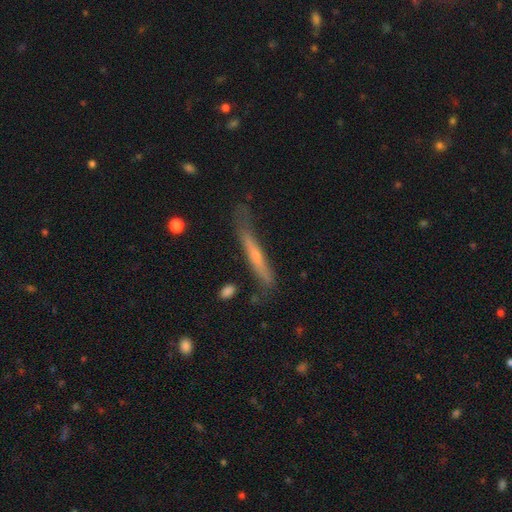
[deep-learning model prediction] The model was most divided on "smooth or featured": featured or disk: 53%, smooth: 40%, star or artifact: 7%. More confident: edge-on disk — yes (88%); merging — none (61%).